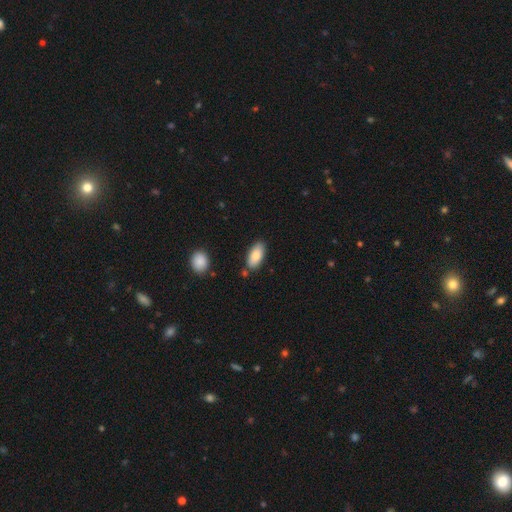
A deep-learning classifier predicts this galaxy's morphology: A smooth galaxy with no disk features (86%) that is in between round and cigar-shaped (90%).

Vote fractions:
- Smooth or featured? smooth: 86% / featured or disk: 8% / star or artifact: 6%
- How rounded? in between: 90% / cigar-shaped: 8% / round: 2%
- Merging? none: 80% / minor disturbance: 13% / merger: 5% / major disturbance: 3%